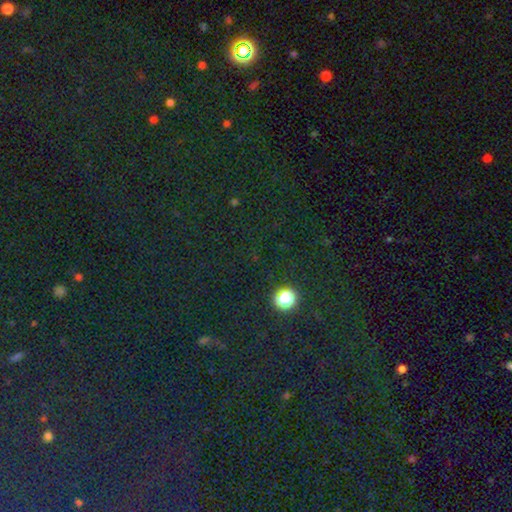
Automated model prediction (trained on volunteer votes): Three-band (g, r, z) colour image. It shows a star or artifact, not a galaxy (75%).